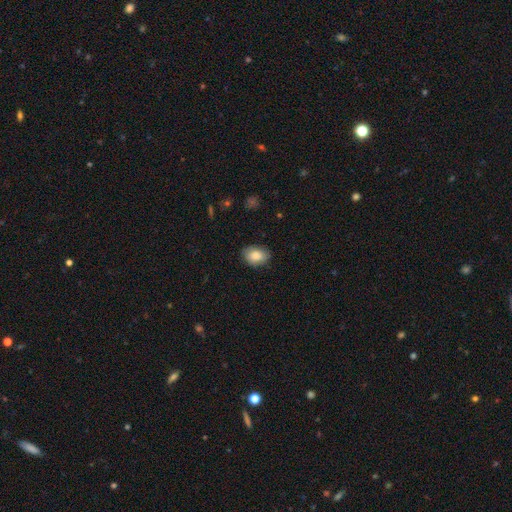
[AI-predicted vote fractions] Morphology: type=smooth (84%); roundness=in between (76%); merging=none (81%).